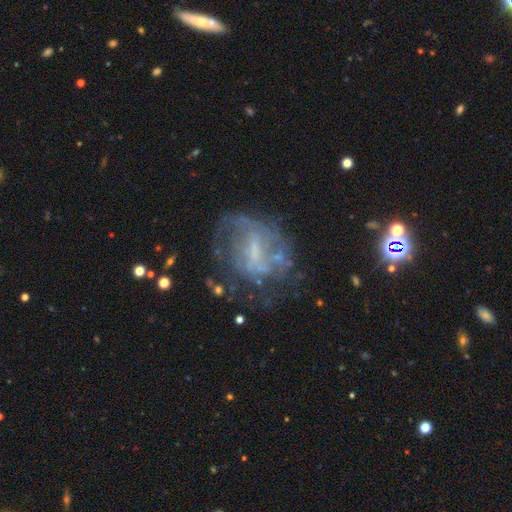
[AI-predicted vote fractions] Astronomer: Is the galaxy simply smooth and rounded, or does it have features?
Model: featured or disk — 67%.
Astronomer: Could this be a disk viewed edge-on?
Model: no — 97%.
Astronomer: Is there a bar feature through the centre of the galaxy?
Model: weak — 45% (runner-up: no, 38%).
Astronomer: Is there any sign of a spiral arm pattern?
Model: yes — 57% (runner-up: no, 43%).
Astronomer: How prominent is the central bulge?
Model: small — 42% (runner-up: none, 35%).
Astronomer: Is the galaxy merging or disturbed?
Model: none — 51%.